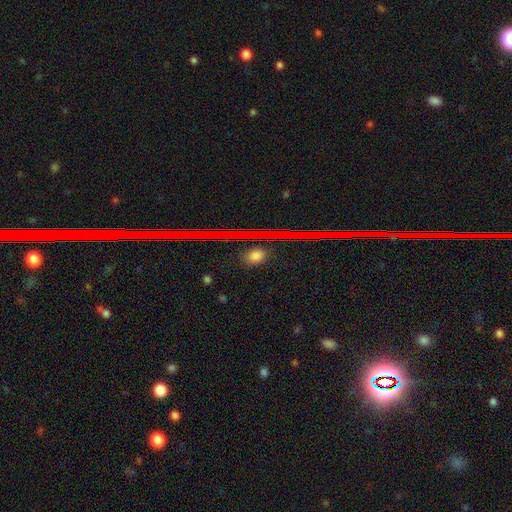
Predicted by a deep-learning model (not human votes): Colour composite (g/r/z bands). It shows a smooth galaxy with no disk features (67%) that is round (59%). Merging: none (86%).